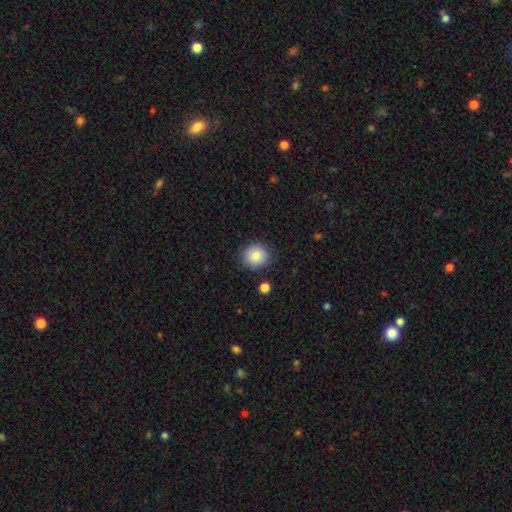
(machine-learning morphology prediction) Smooth or featured? smooth (83%)
How rounded? round (87%)
Merging? none (87%)